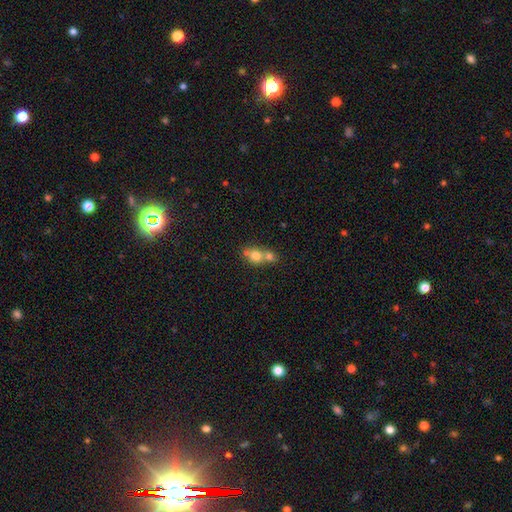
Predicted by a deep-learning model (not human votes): smooth 71%, featured or disk 19%, star or artifact 10%. Down the decision tree: how rounded — round (61%); merging — merger (64%).